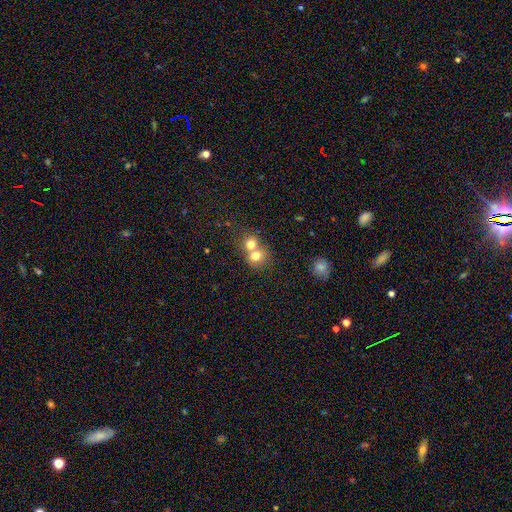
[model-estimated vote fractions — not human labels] A smooth galaxy with no disk features (74%) that is round (74%). Merging: merger (62%).